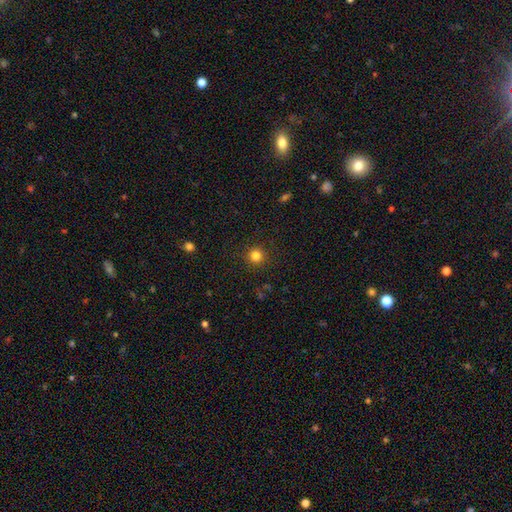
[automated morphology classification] This appears to be a smooth galaxy with no disk features (82%) that is round (95%). Merging: none (91%).